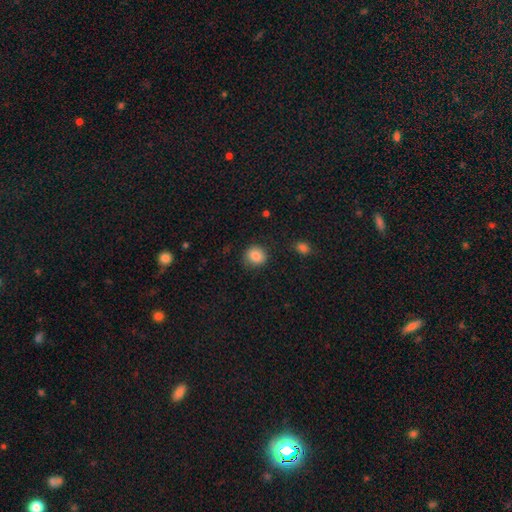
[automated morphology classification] This appears to be a smooth galaxy with no disk features (85%) that is round (79%). Merging: none (82%).